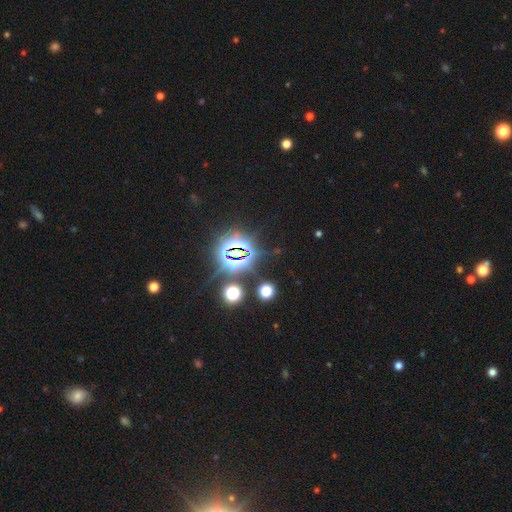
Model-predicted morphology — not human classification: Smooth or featured?
  - star or artifact: 82% *
  - smooth: 11%
  - featured or disk: 7%